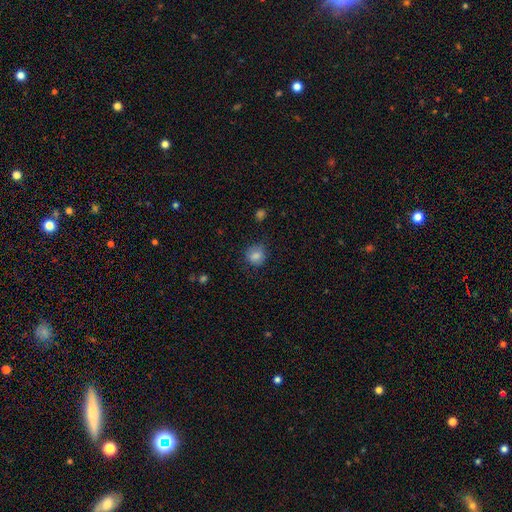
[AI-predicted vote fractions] This is clearly a smooth galaxy (83%). How rounded: likely round (76%). Merging: likely none (75%).